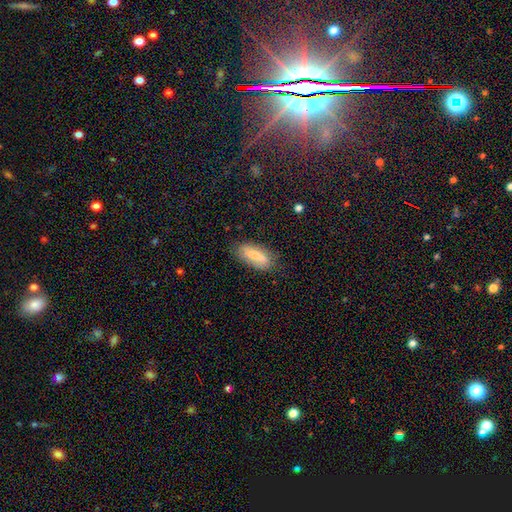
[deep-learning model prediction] smooth 58%, featured or disk 34%, star or artifact 7%. Down the decision tree: how rounded — in between (73%); merging — none (78%).